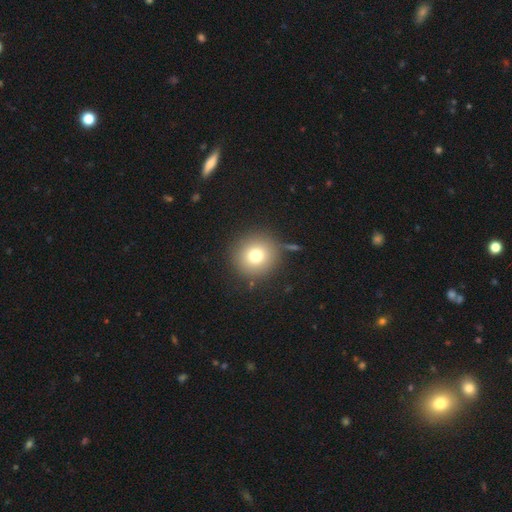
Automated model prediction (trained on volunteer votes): Q: Smooth or featured?
A: smooth (76%); runner-up: star or artifact (12%)
Q: How rounded?
A: round (93%); runner-up: in between (6%)
Q: Merging?
A: none (85%); runner-up: minor disturbance (8%)